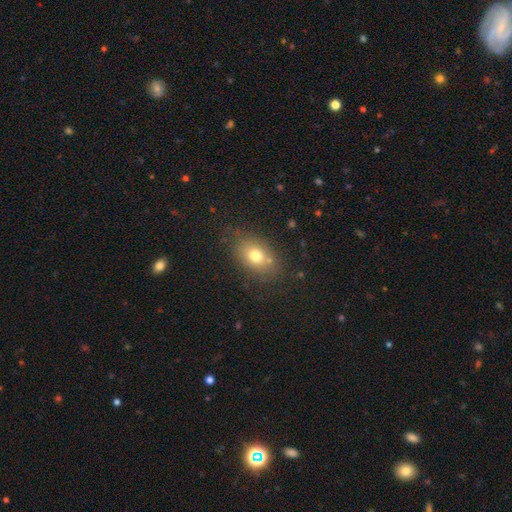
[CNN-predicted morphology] A smooth galaxy with no disk features (73%) that is in between round and cigar-shaped (73%).

Vote fractions:
- Smooth or featured? smooth: 73% / featured or disk: 14% / star or artifact: 12%
- How rounded? in between: 73% / round: 25% / cigar-shaped: 2%
- Merging? none: 77% / minor disturbance: 14% / major disturbance: 5% / merger: 4%